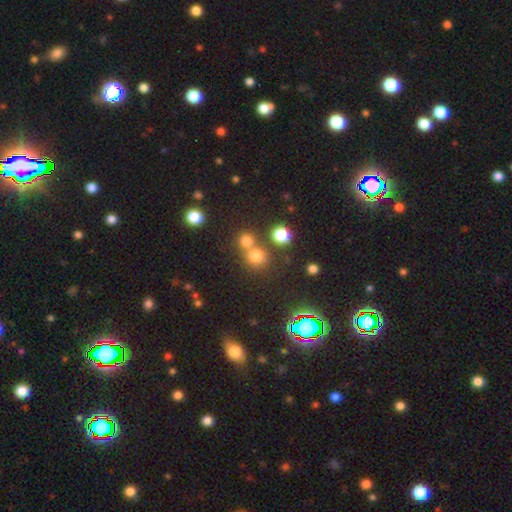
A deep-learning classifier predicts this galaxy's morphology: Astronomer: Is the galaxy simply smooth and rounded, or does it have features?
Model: smooth — 72%.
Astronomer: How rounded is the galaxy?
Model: round — 88%.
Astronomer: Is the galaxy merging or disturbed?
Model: none — 57% (runner-up: merger, 34%).